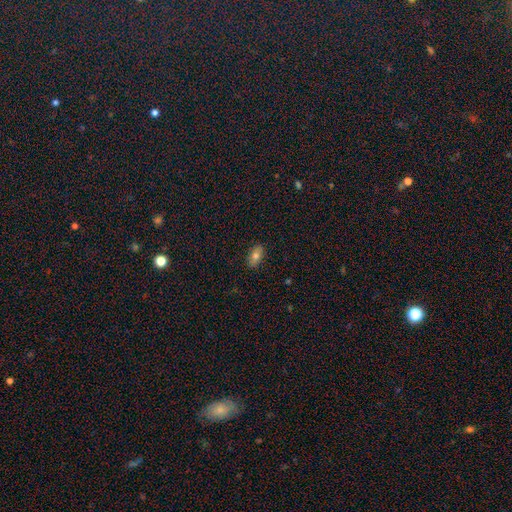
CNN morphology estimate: Smooth or featured?
  - smooth: 75% *
  - featured or disk: 17%
  - star or artifact: 8%
How rounded?
  - in between: 87% *
  - cigar-shaped: 8%
  - round: 5%
Merging?
  - none: 88% *
  - minor disturbance: 9%
  - major disturbance: 2%
  - merger: 1%